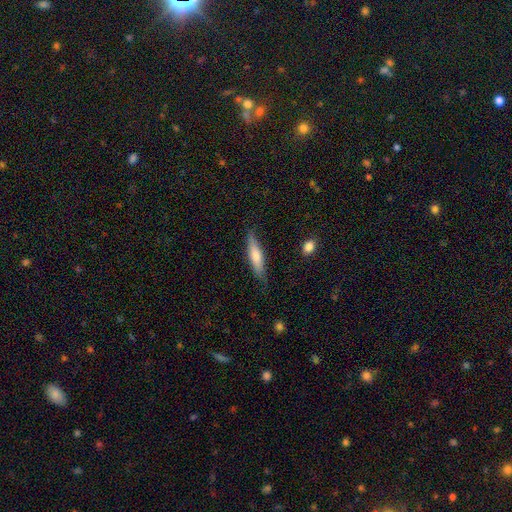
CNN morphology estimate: Smooth or featured?
  - smooth: 54% *
  - featured or disk: 40%
  - star or artifact: 6%
How rounded?
  - cigar-shaped: 81% *
  - in between: 17%
  - round: 2%
Merging?
  - none: 82% *
  - minor disturbance: 14%
  - major disturbance: 2%
  - merger: 1%